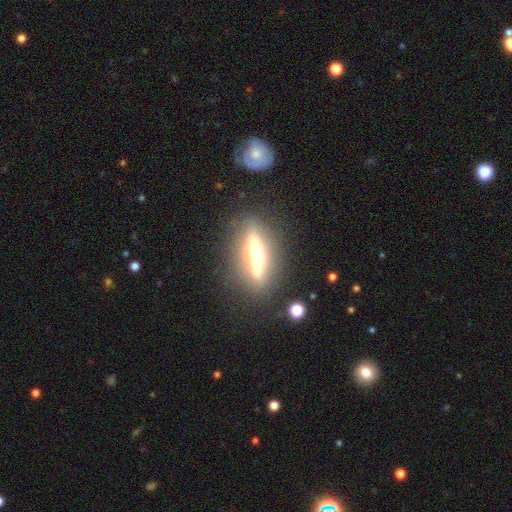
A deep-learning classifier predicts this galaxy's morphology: A featured or disk galaxy (57%) viewed edge-on (83%).

Vote fractions:
- Smooth or featured? featured or disk: 57% / smooth: 33% / star or artifact: 9%
- Edge-on disk? yes: 83% / no: 17%
- Merging? none: 84% / minor disturbance: 9% / major disturbance: 5% / merger: 2%